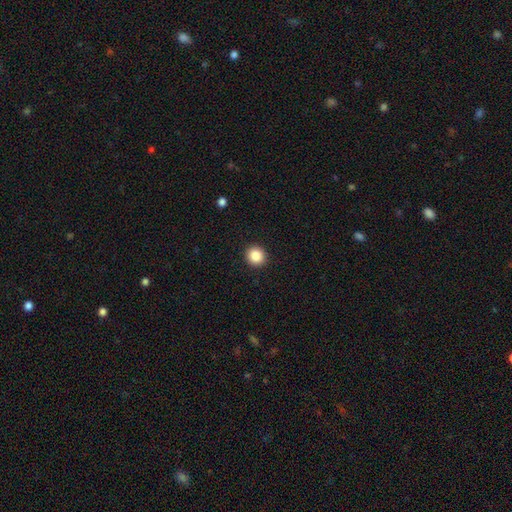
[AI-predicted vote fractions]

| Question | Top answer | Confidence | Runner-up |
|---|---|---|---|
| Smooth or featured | smooth | 86% | star or artifact (10%) |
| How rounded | round | 90% | in between (9%) |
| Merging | none | 92% | minor disturbance (5%) |